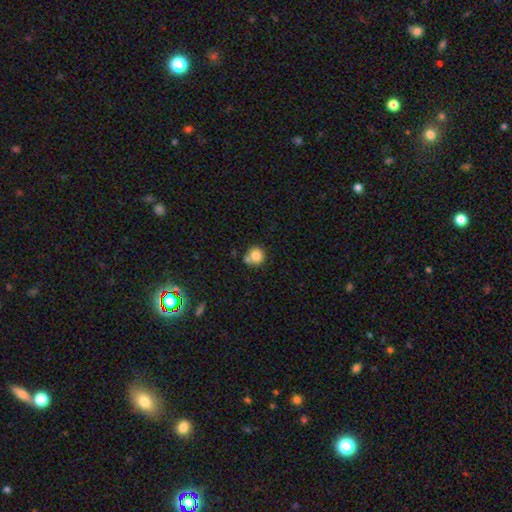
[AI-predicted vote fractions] The model was most divided on "merging": none: 57%, merger: 25%, minor disturbance: 14%, major disturbance: 4%. More confident: how rounded — round (90%); smooth or featured — smooth (81%).